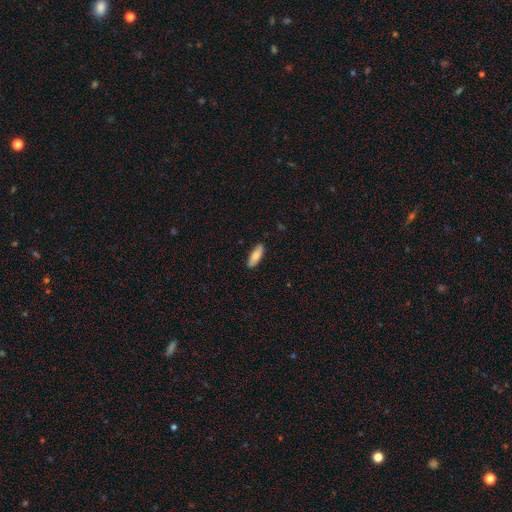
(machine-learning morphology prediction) type=smooth (81%); roundness=in between (63%); merging=none (87%).